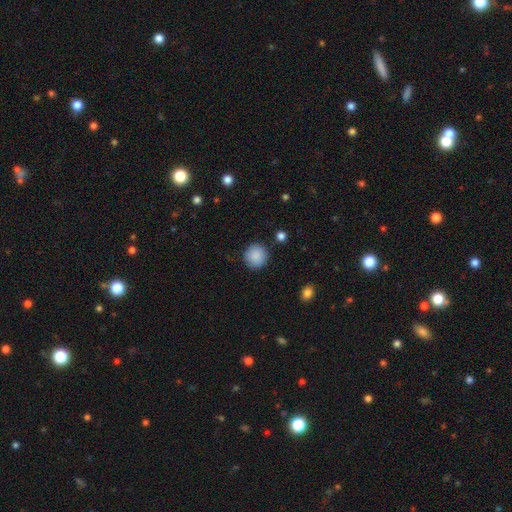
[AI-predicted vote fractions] Smooth or featured?
  - smooth: 89% *
  - star or artifact: 8%
  - featured or disk: 4%
How rounded?
  - round: 93% *
  - in between: 6%
  - cigar-shaped: 1%
Merging?
  - none: 89% *
  - minor disturbance: 7%
  - major disturbance: 2%
  - merger: 1%